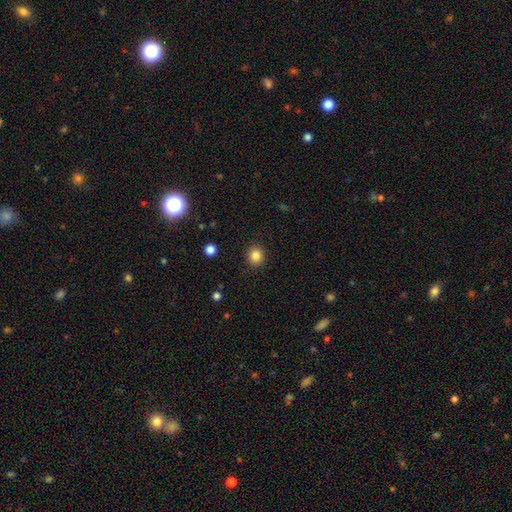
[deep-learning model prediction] Smooth or featured? Predicted: smooth (p=0.84). How rounded? Predicted: round (p=0.84). Merging? Predicted: none (p=0.91).